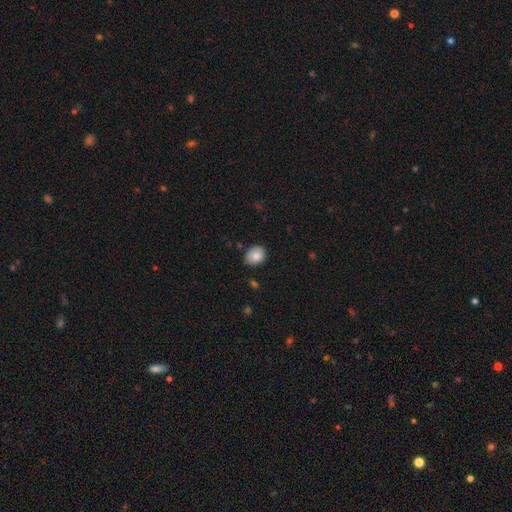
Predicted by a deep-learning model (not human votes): Smooth or featured: smooth — 84% (featured or disk — 8%)
How rounded: round — 50% (in between — 49%)
Merging: none — 75% (minor disturbance — 20%)